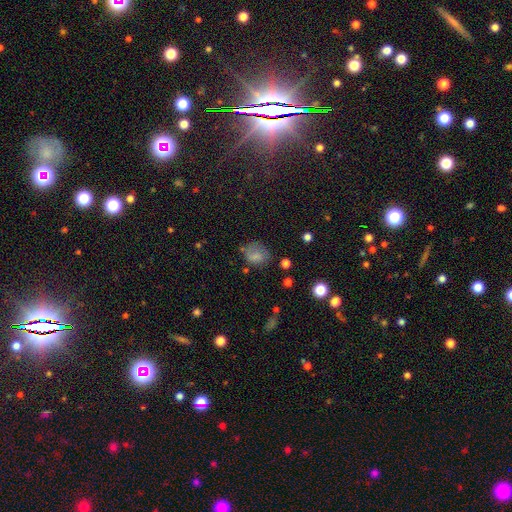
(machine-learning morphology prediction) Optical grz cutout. It shows a smooth galaxy with no disk features (73%) that is round (57%). Merging: none (60%).